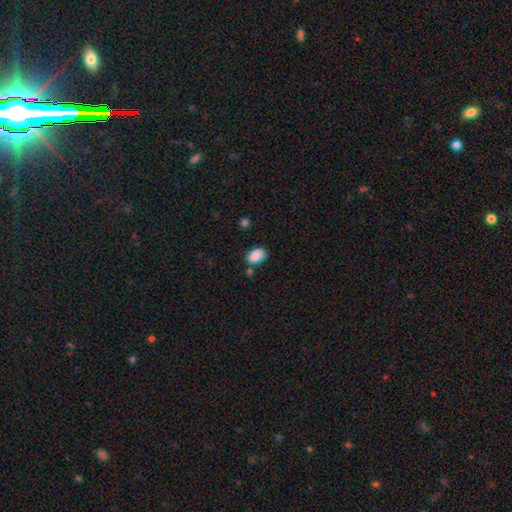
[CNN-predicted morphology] smooth 88%, star or artifact 8%, featured or disk 4%. Down the decision tree: how rounded — in between (79%); merging — none (72%).